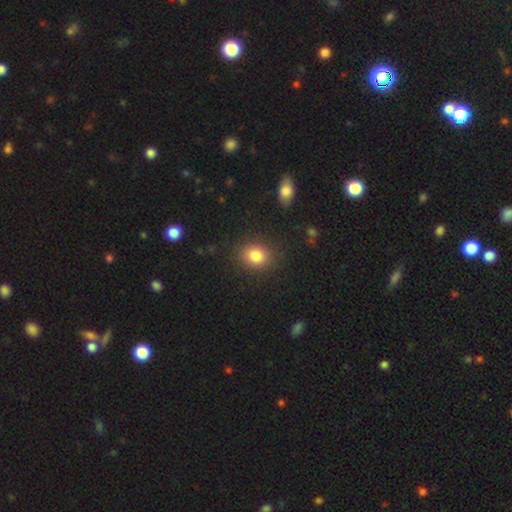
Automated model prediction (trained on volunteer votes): Q: Smooth or featured?
A: smooth (83%); runner-up: star or artifact (11%)
Q: How rounded?
A: round (63%); runner-up: in between (36%)
Q: Merging?
A: none (87%); runner-up: minor disturbance (9%)